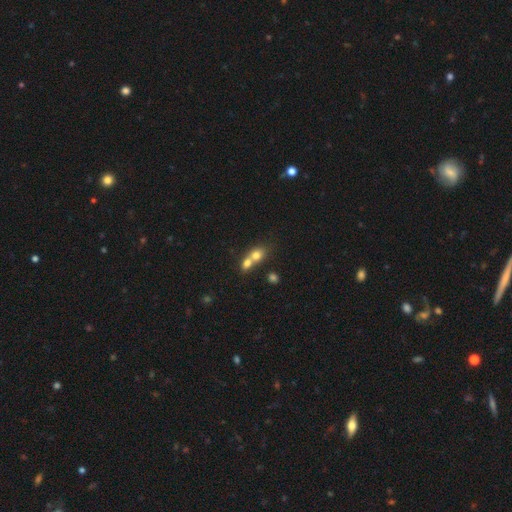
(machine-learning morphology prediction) smooth 73%, featured or disk 16%, star or artifact 11%. Down the decision tree: how rounded — round (56%); merging — merger (71%).